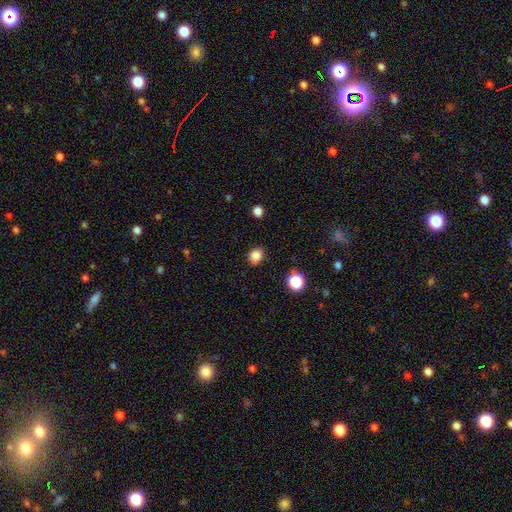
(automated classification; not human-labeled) Smooth or featured: smooth — 84% (star or artifact — 12%)
How rounded: round — 62% (in between — 37%)
Merging: none — 86% (minor disturbance — 10%)